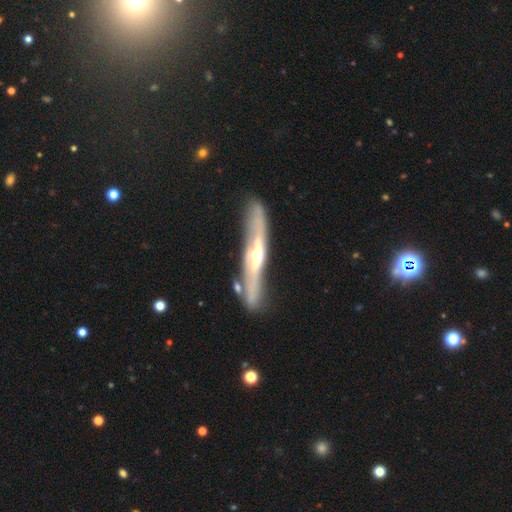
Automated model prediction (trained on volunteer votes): smooth_or_featured: featured or disk (p=0.72) [alt: smooth p=0.23]
disk_edge_on: yes (p=0.82) [alt: no p=0.18]
edge_on_bulge: rounded (p=0.85) [alt: none p=0.10]
merging: none (p=0.77) [alt: minor disturbance p=0.15]